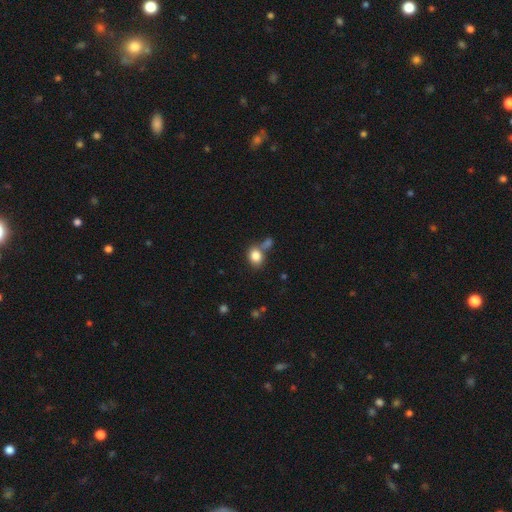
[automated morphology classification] Smooth or featured: smooth — 84% (star or artifact — 10%)
How rounded: in between — 51% (round — 48%)
Merging: none — 55% (merger — 26%)